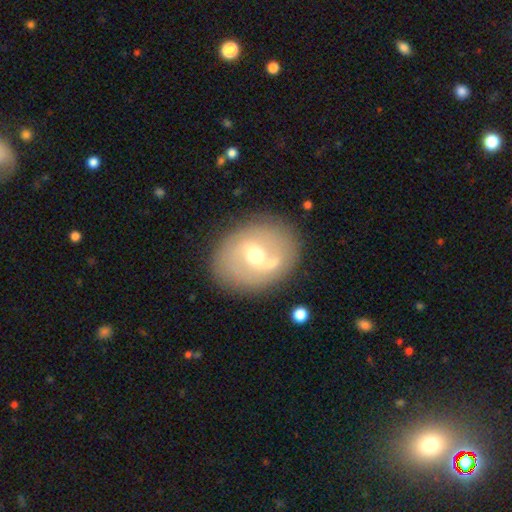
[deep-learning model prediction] Q: Smooth or featured?
A: featured or disk (64%); runner-up: smooth (28%)
Q: Edge-on disk?
A: no (95%); runner-up: yes (5%)
Q: Bar?
A: weak (52%); runner-up: no (24%)
Q: Spiral arms?
A: yes (59%); runner-up: no (41%)
Q: Bulge size?
A: moderate (69%); runner-up: small (20%)
Q: Merging?
A: none (80%); runner-up: minor disturbance (12%)